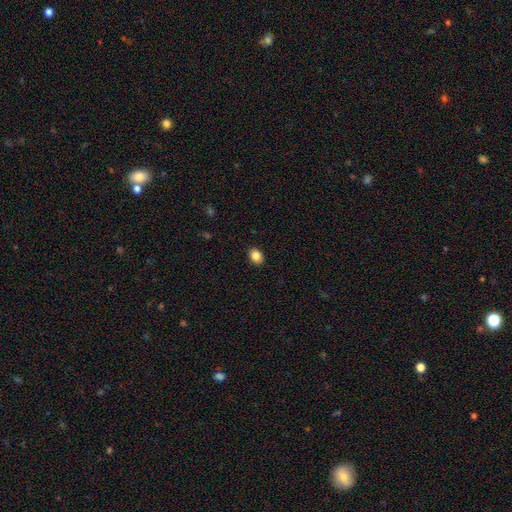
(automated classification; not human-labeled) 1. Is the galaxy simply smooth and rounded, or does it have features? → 85% smooth, 9% star or artifact, 5% featured or disk.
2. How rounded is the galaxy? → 59% in between, 40% round, 1% cigar-shaped.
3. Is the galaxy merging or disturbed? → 91% none, 7% minor disturbance, 2% major disturbance, 1% merger.